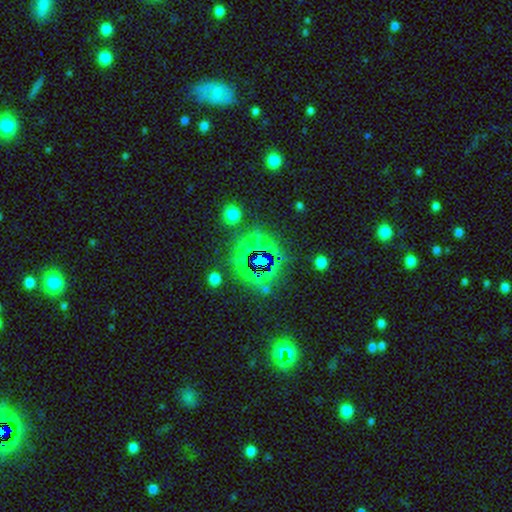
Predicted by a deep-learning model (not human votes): A star or artifact, not a galaxy (71%).

Vote fractions:
- Smooth or featured? star or artifact: 71% / smooth: 18% / featured or disk: 10%